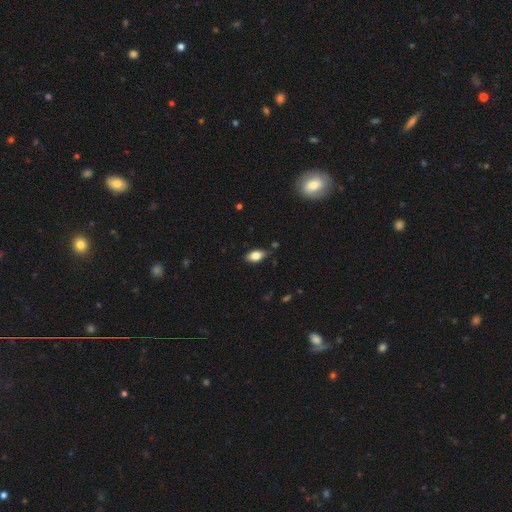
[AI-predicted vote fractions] Q: Smooth or featured?
A: smooth (81%); runner-up: featured or disk (12%)
Q: How rounded?
A: in between (91%); runner-up: round (5%)
Q: Merging?
A: none (81%); runner-up: minor disturbance (14%)